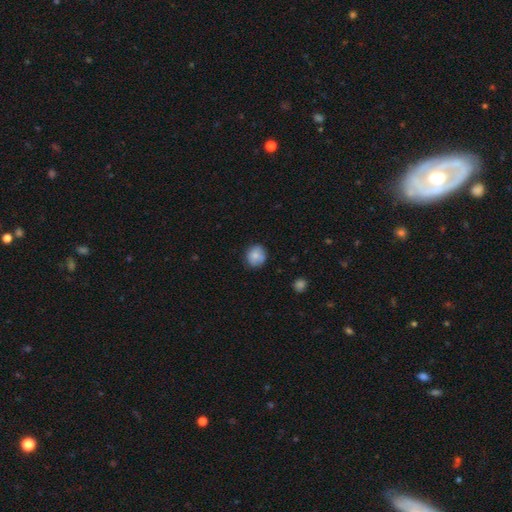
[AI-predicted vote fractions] smooth-or-featured: smooth: 80% | featured or disk: 12% | star or artifact: 8%
  how-rounded: round: 82% | in between: 17% | cigar-shaped: 1%
  merging: none: 78% | minor disturbance: 17% | major disturbance: 3% | merger: 2%